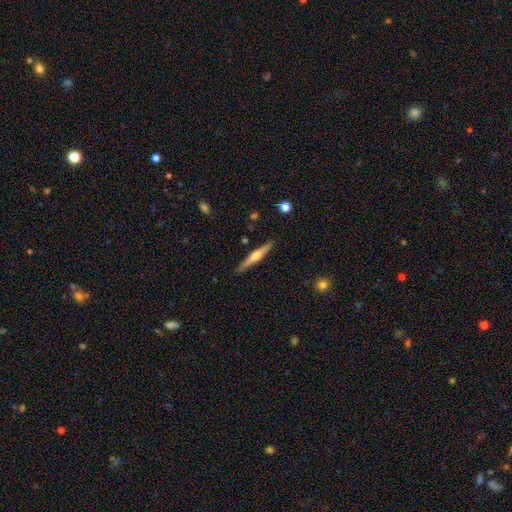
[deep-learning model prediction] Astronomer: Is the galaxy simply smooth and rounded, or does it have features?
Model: featured or disk — 60%.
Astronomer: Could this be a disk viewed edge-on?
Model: yes — 97%.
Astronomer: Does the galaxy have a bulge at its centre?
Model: rounded — 81%.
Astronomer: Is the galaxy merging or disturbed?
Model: none — 89%.